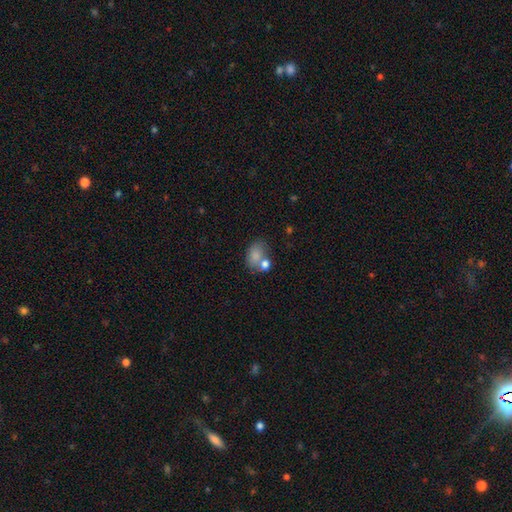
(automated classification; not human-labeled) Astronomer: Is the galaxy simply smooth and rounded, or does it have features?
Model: smooth — 76%.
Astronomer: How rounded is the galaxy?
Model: in between — 74%.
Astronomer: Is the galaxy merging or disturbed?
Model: merger — 38% (runner-up: none, 36%).